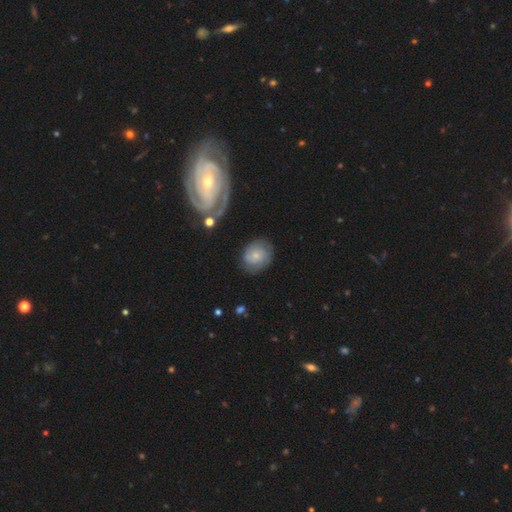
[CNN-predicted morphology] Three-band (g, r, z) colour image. It shows a smooth galaxy with no disk features (51%) that is round (64%). Merging: none (73%).